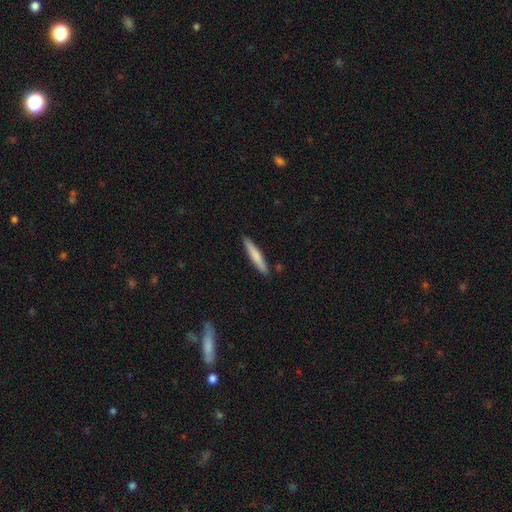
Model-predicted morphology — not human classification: A smooth galaxy with no disk features (73%) that is cigar-shaped (93%).

Vote fractions:
- Smooth or featured? smooth: 73% / featured or disk: 22% / star or artifact: 5%
- How rounded? cigar-shaped: 93% / in between: 6% / round: 1%
- Merging? none: 89% / minor disturbance: 8% / merger: 2% / major disturbance: 2%